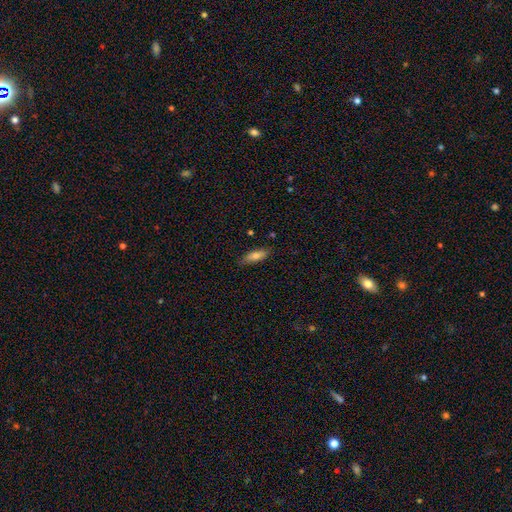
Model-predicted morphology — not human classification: Smooth or featured?
  - smooth: 70% *
  - featured or disk: 23%
  - star or artifact: 7%
How rounded?
  - in between: 51% *
  - cigar-shaped: 46%
  - round: 2%
Merging?
  - none: 81% *
  - minor disturbance: 15%
  - major disturbance: 3%
  - merger: 2%